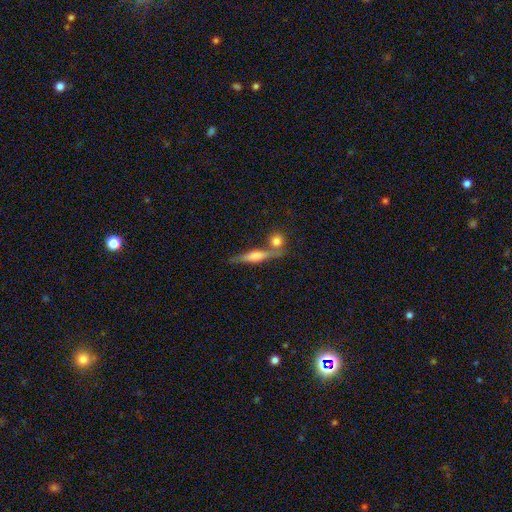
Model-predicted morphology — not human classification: featured or disk 59%, smooth 31%, star or artifact 10%. Down the decision tree: edge-on disk — yes (94%); edge-on bulge — rounded (66%); merging — none (68%).